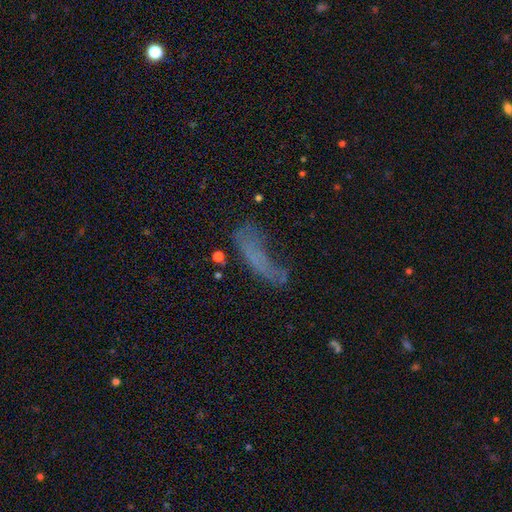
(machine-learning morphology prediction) Smooth or featured? smooth (53%)
How rounded? cigar-shaped (48%, tied with in between)
Merging? major disturbance (35%, tied with none)